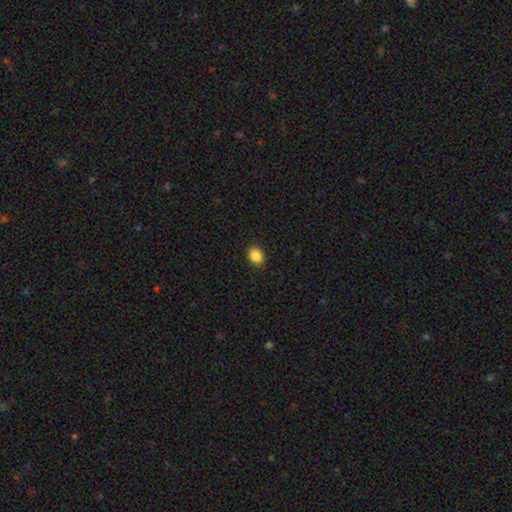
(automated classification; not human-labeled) A smooth galaxy with no disk features (88%) that is in between round and cigar-shaped (76%).

Vote fractions:
- Smooth or featured? smooth: 88% / star or artifact: 8% / featured or disk: 4%
- How rounded? in between: 76% / round: 23% / cigar-shaped: 1%
- Merging? none: 90% / minor disturbance: 7% / major disturbance: 2% / merger: 1%